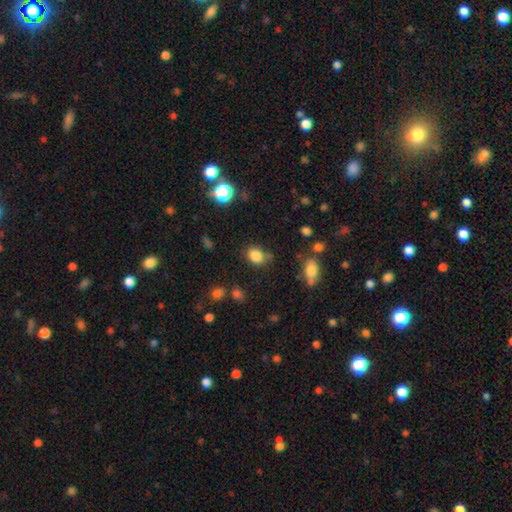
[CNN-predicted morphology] This is clearly a smooth galaxy (83%). How rounded: possibly round (52%). Merging: likely none (67%).